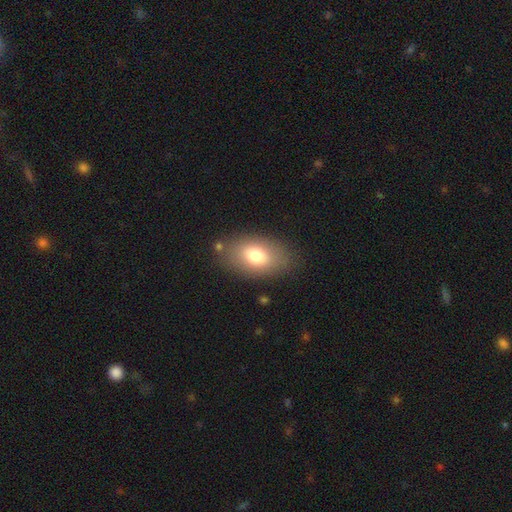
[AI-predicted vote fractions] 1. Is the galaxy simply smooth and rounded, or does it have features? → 77% smooth, 15% featured or disk, 9% star or artifact.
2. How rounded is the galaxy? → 88% in between, 10% round, 2% cigar-shaped.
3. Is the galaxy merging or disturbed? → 81% none, 12% minor disturbance, 4% major disturbance, 3% merger.